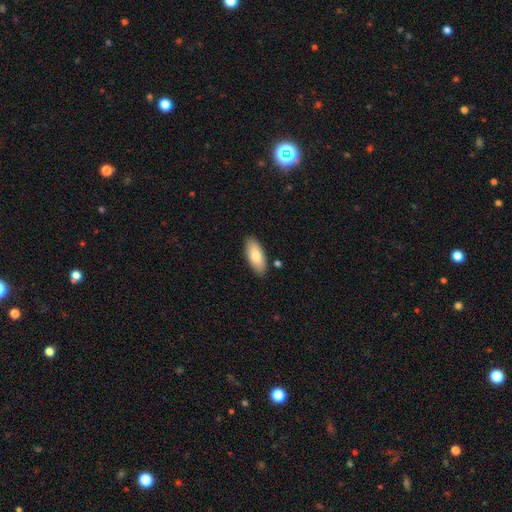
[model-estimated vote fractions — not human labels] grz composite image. It shows a smooth galaxy with no disk features (79%) that is in between round and cigar-shaped (87%). Merging: none (86%).